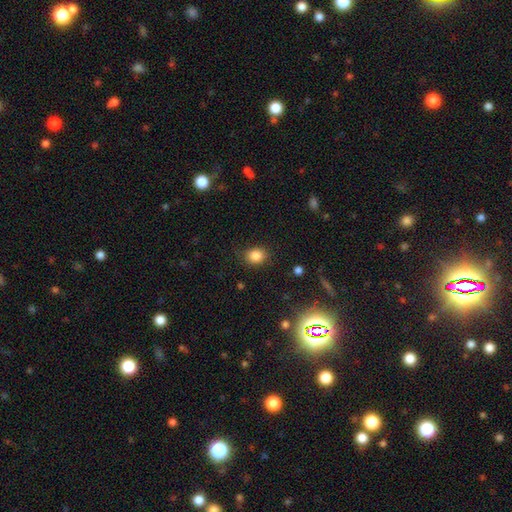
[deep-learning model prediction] Smooth or featured?
  - smooth: 85% *
  - star or artifact: 10%
  - featured or disk: 4%
How rounded?
  - round: 54% *
  - in between: 45%
  - cigar-shaped: 1%
Merging?
  - none: 84% *
  - minor disturbance: 11%
  - major disturbance: 3%
  - merger: 1%